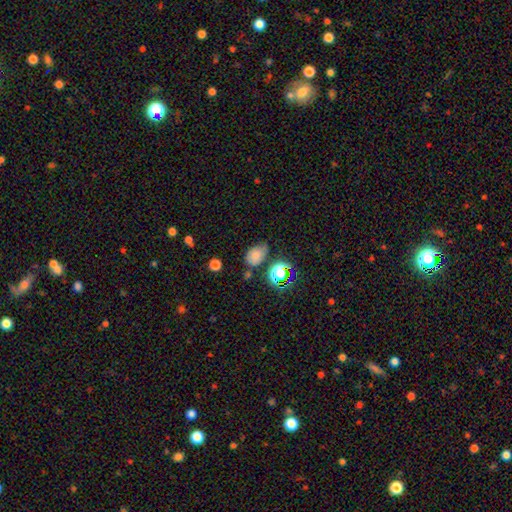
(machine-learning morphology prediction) Smooth or featured: smooth — 69% (star or artifact — 18%)
How rounded: in between — 75% (round — 24%)
Merging: none — 50% (minor disturbance — 33%)